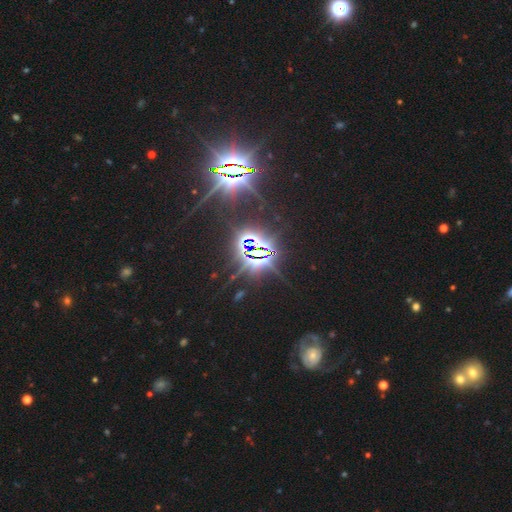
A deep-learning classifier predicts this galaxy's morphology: Smooth or featured?
  - star or artifact: 85% *
  - featured or disk: 8%
  - smooth: 7%